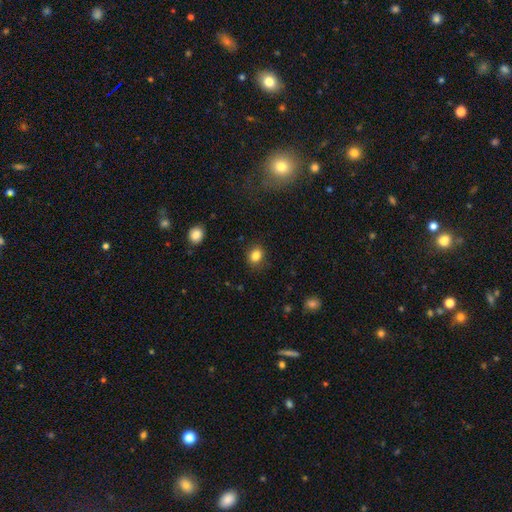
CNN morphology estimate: Smooth or featured: smooth — 84% (star or artifact — 11%)
How rounded: round — 59% (in between — 40%)
Merging: none — 86% (minor disturbance — 10%)